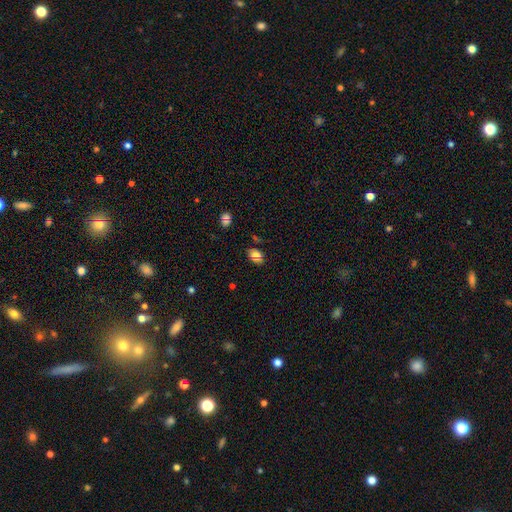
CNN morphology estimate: This appears to be a smooth galaxy with no disk features (78%) that is in between round and cigar-shaped (76%). Merging: none (77%).